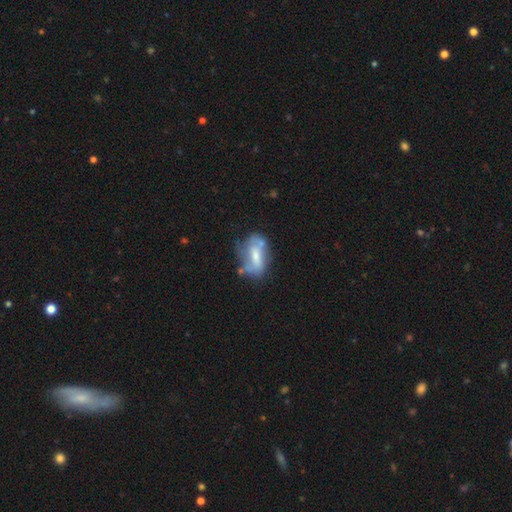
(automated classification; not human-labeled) Overall: featured or disk (52%; smooth 40%). Edge-on disk: no (92%). Merging: none (46%; minor disturbance 27%).